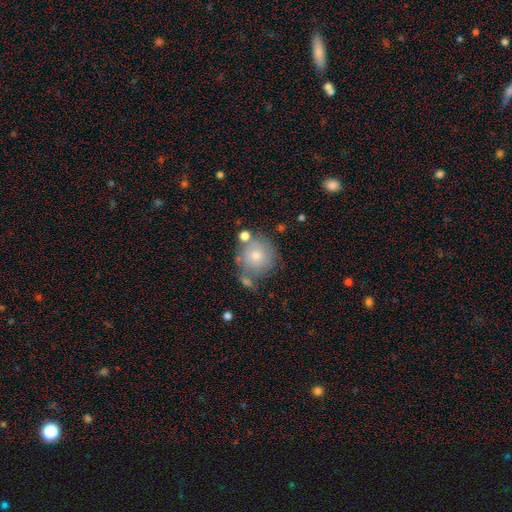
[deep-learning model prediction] Overall: smooth (70%). How rounded: round (91%). Merging: none (60%).